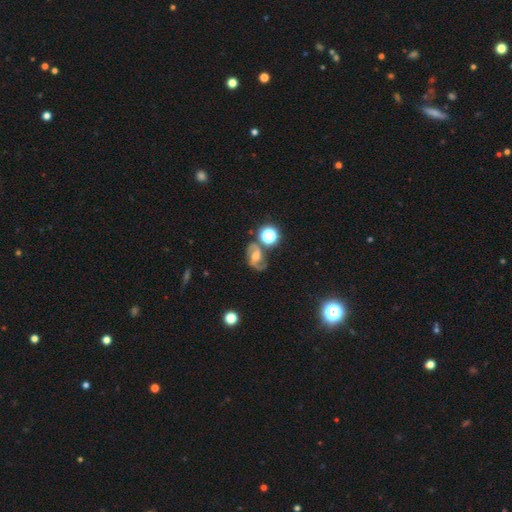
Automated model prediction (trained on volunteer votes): smooth_or_featured: featured or disk (p=0.77) [alt: smooth p=0.12]
disk_edge_on: no (p=0.97) [alt: yes p=0.03]
bar: weak (p=0.42) [tied with: no p=0.42]
has_spiral_arms: yes (p=0.94) [alt: no p=0.06]
spiral_winding: medium (p=0.54) [alt: loose p=0.30]
spiral_arm_count: 2 (p=0.91) [alt: can't tell p=0.03]
bulge_size: moderate (p=0.62) [alt: small p=0.18]
merging: none (p=0.70) [alt: minor disturbance p=0.14]